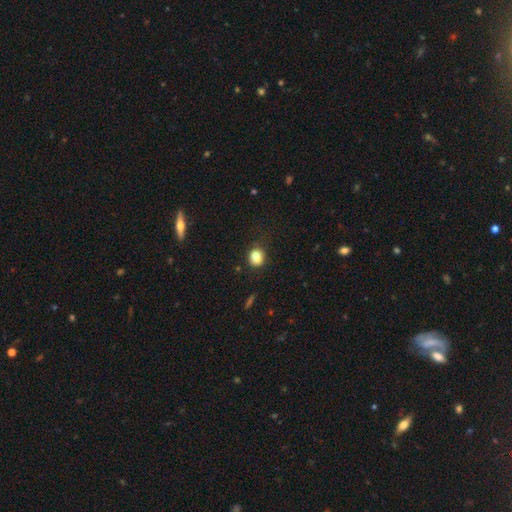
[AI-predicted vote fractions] The model was most divided on "how rounded": round: 60%, in between: 39%, cigar-shaped: 1%. More confident: smooth or featured — smooth (80%); merging — none (72%).